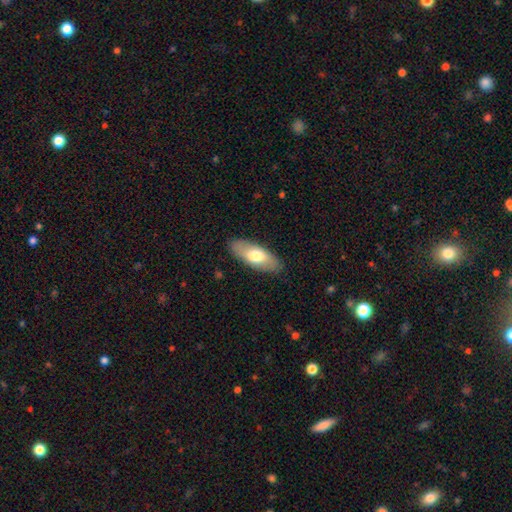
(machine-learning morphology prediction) Smooth or featured: smooth — 67% (featured or disk — 28%)
How rounded: in between — 78% (cigar-shaped — 20%)
Merging: none — 87% (minor disturbance — 9%)